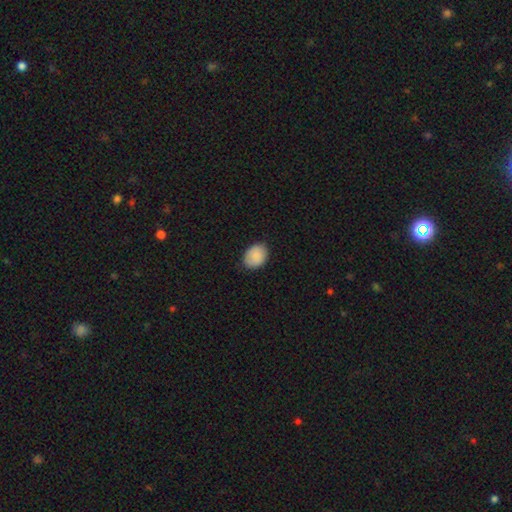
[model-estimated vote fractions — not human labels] Q: Smooth or featured?
A: smooth (89%); runner-up: star or artifact (7%)
Q: How rounded?
A: in between (69%); runner-up: round (30%)
Q: Merging?
A: none (81%); runner-up: minor disturbance (15%)